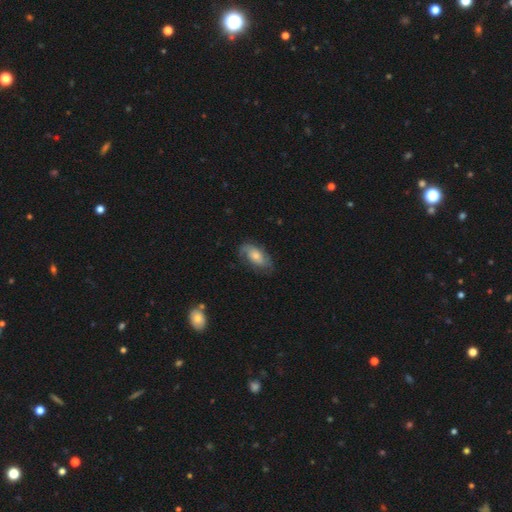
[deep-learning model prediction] A featured or disk galaxy (49%).

Vote fractions:
- Smooth or featured? featured or disk: 49% / smooth: 44% / star or artifact: 7%
- Merging? none: 64% / minor disturbance: 24% / major disturbance: 11% / merger: 1%